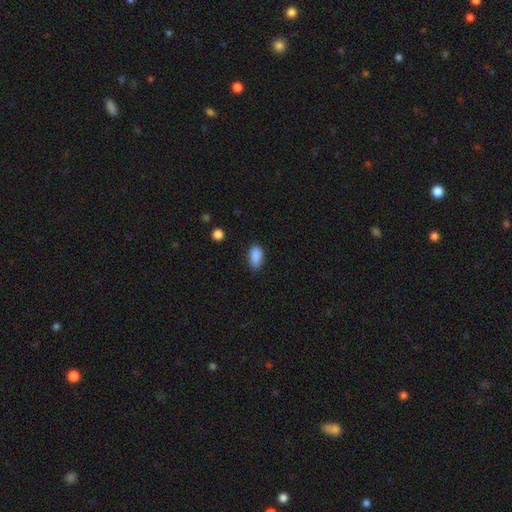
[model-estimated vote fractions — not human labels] This is clearly a smooth galaxy (88%). How rounded: clearly in between (91%). Merging: likely none (69%).